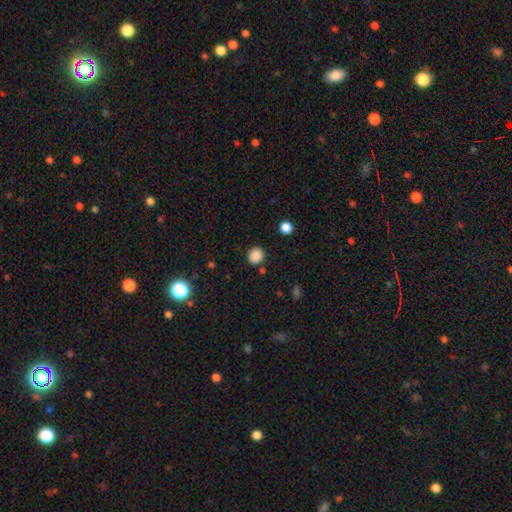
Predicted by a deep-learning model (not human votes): Smooth or featured: smooth — 86% (star or artifact — 11%)
How rounded: round — 67% (in between — 32%)
Merging: none — 84% (minor disturbance — 10%)